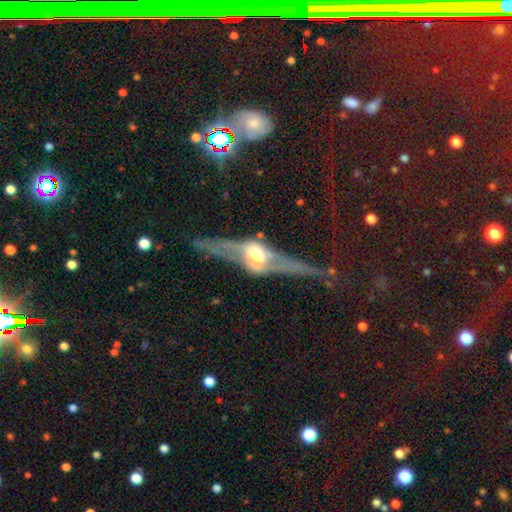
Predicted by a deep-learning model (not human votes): This appears to be a featured or disk galaxy (84%) viewed edge-on (80%) with a rounded central bulge (91%). Merging: none (61%).